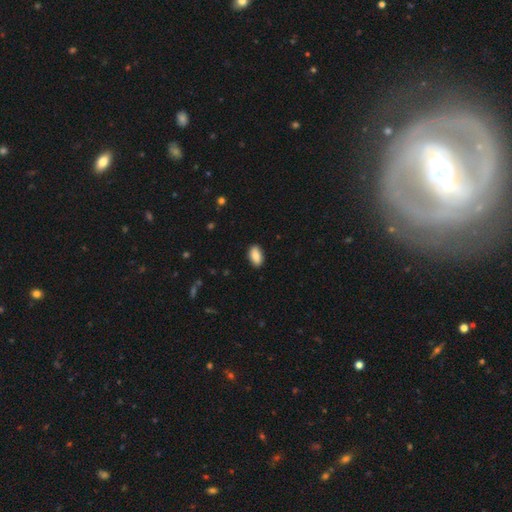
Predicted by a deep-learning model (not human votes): Smooth or featured: smooth — 85% (featured or disk — 8%)
How rounded: in between — 93% (cigar-shaped — 4%)
Merging: none — 89% (minor disturbance — 8%)